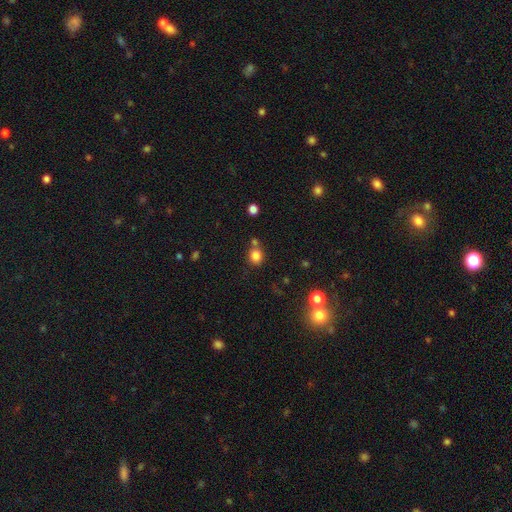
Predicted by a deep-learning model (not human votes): smooth-or-featured: smooth: 81% | star or artifact: 13% | featured or disk: 6%
  how-rounded: round: 77% | in between: 22% | cigar-shaped: 1%
  merging: none: 64% | merger: 20% | minor disturbance: 12% | major disturbance: 4%